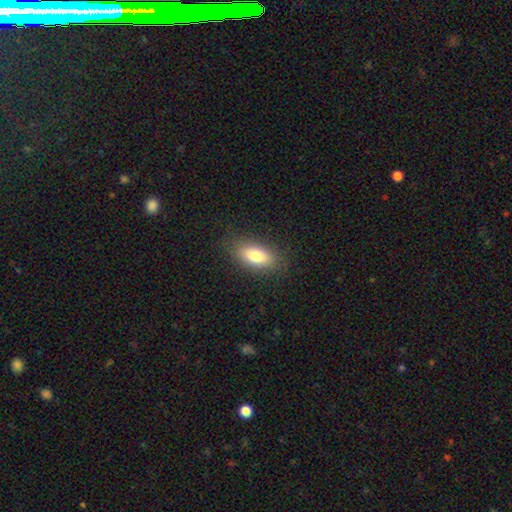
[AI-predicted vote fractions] Morphology: type=smooth (79%); roundness=in between (86%); merging=none (86%).